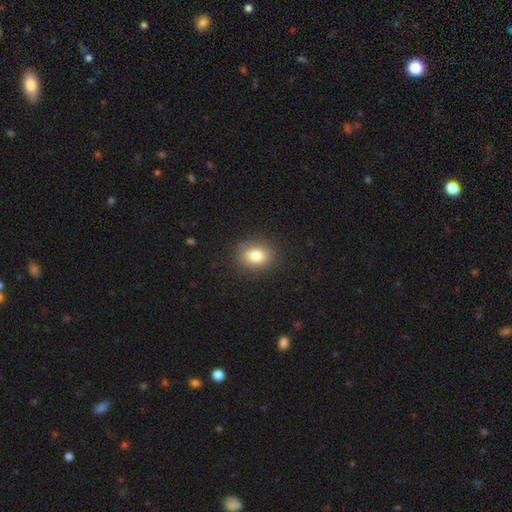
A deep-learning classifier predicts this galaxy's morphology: Q: Smooth or featured?
A: smooth (82%); runner-up: star or artifact (10%)
Q: How rounded?
A: in between (52%); runner-up: round (47%)
Q: Merging?
A: none (87%); runner-up: minor disturbance (9%)